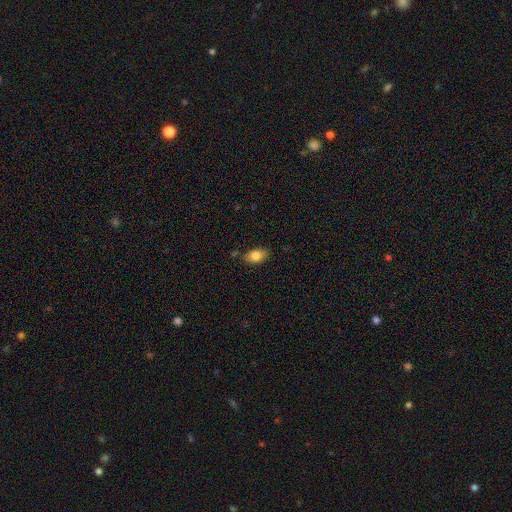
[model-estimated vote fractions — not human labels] A smooth galaxy with no disk features (83%) that is in between round and cigar-shaped (87%).

Vote fractions:
- Smooth or featured? smooth: 83% / featured or disk: 9% / star or artifact: 8%
- How rounded? in between: 87% / round: 11% / cigar-shaped: 2%
- Merging? none: 81% / minor disturbance: 14% / merger: 3% / major disturbance: 3%